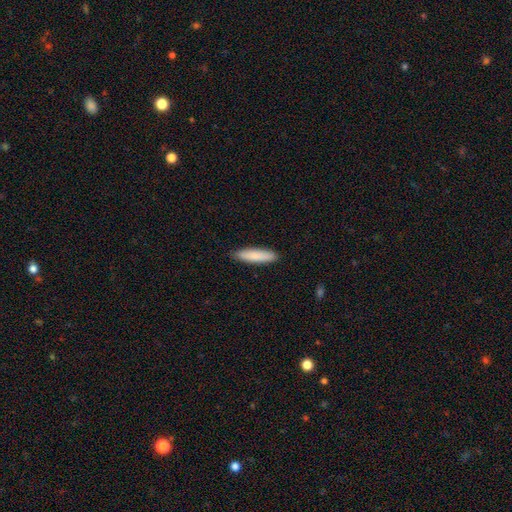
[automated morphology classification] smooth-or-featured: smooth: 84% | featured or disk: 10% | star or artifact: 5%
  how-rounded: cigar-shaped: 79% | in between: 20% | round: 1%
  merging: none: 89% | minor disturbance: 9% | major disturbance: 2% | merger: 1%